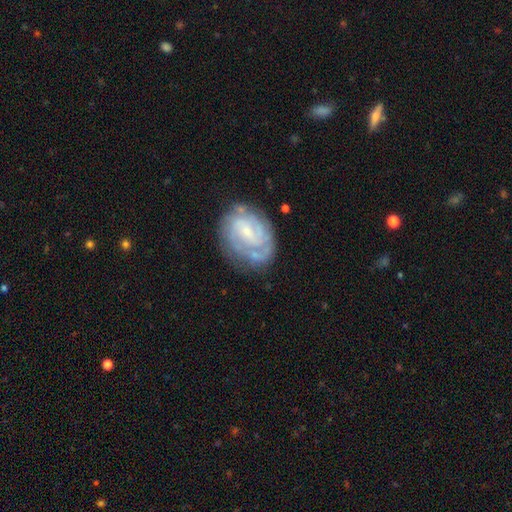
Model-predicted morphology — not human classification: smooth_or_featured: featured or disk (p=0.81) [alt: smooth p=0.13]
disk_edge_on: no (p=0.98) [alt: yes p=0.02]
bar: weak (p=0.47) [alt: no p=0.41]
has_spiral_arms: yes (p=0.92) [alt: no p=0.08]
spiral_winding: tight (p=0.66) [alt: medium p=0.27]
spiral_arm_count: 2 (p=0.35) [alt: can't tell p=0.33]
bulge_size: small (p=0.64) [alt: moderate p=0.24]
merging: none (p=0.68) [alt: minor disturbance p=0.21]